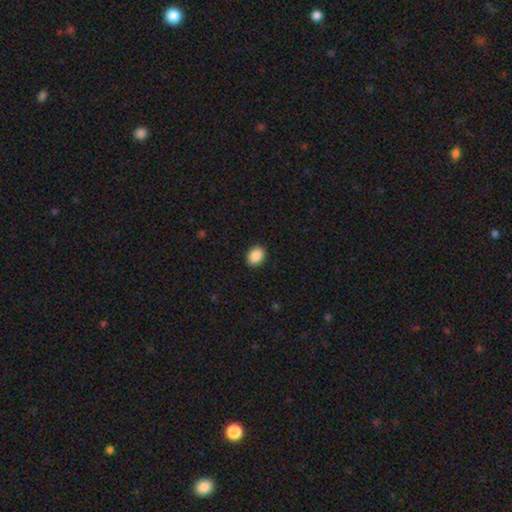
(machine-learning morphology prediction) The model was most divided on "how rounded": in between: 62%, round: 37%, cigar-shaped: 1%. More confident: merging — none (91%); smooth or featured — smooth (89%).